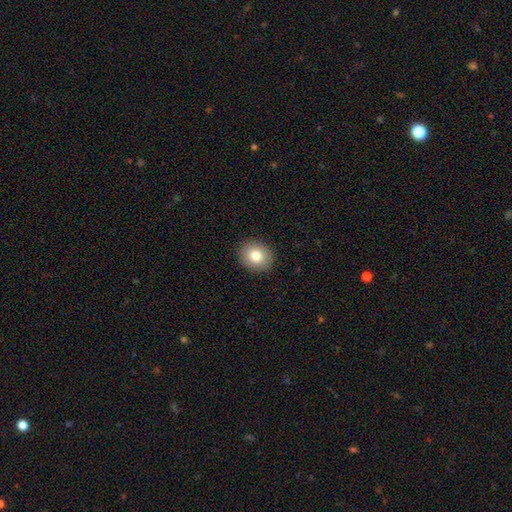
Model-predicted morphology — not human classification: The model was most divided on "how rounded": round: 68%, in between: 32%, cigar-shaped: 1%. More confident: merging — none (91%); smooth or featured — smooth (80%).